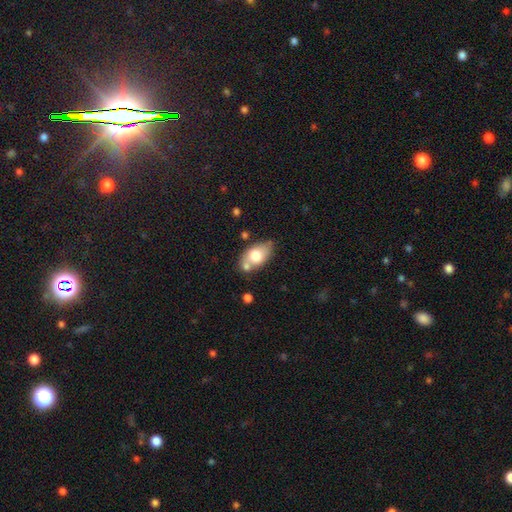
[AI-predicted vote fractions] Smooth or featured? Predicted: smooth (p=0.69). How rounded? Predicted: in between (p=0.89). Merging? Predicted: none (p=0.54).